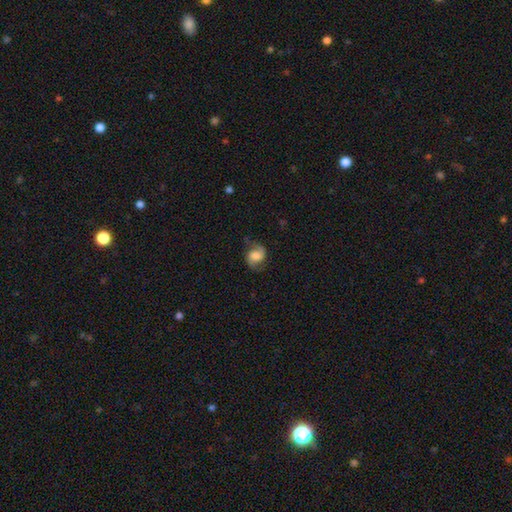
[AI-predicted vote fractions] Smooth or featured? featured or disk (57%)
Edge-on disk? no (97%)
Bar? no (51%)
Spiral arms? yes (91%)
Spiral winding? loose (44%)
Spiral arm count? 2 (88%)
Bulge size? large (32%)
Merging? none (69%)